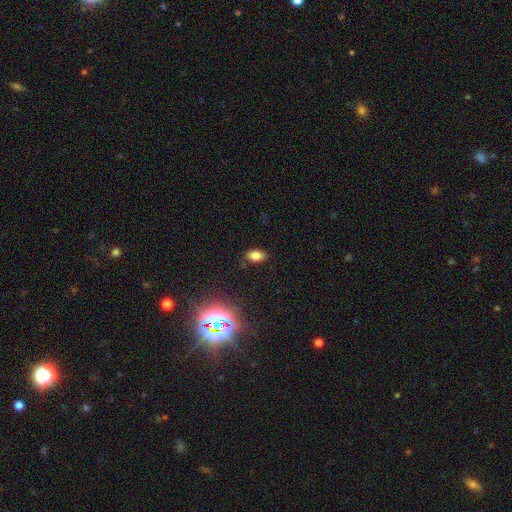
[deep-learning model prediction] Smooth or featured?
  - smooth: 78% *
  - star or artifact: 15%
  - featured or disk: 7%
How rounded?
  - in between: 89% *
  - round: 9%
  - cigar-shaped: 2%
Merging?
  - none: 83% *
  - minor disturbance: 12%
  - major disturbance: 3%
  - merger: 2%